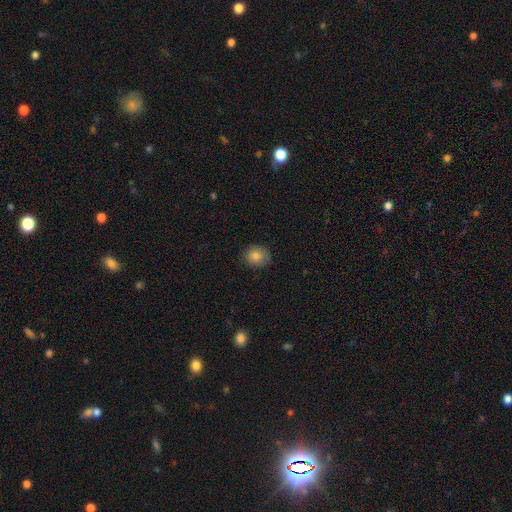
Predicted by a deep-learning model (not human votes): This appears to be a smooth galaxy with no disk features (83%) that is round (70%). Merging: none (83%).